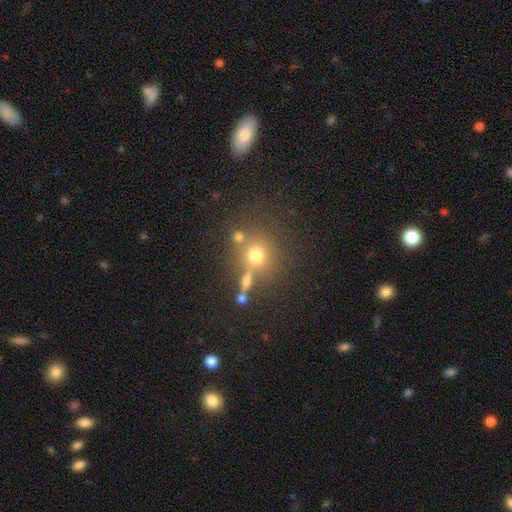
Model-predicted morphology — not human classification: smooth 65%, star or artifact 20%, featured or disk 15%. Down the decision tree: how rounded — round (88%); merging — none (63%).